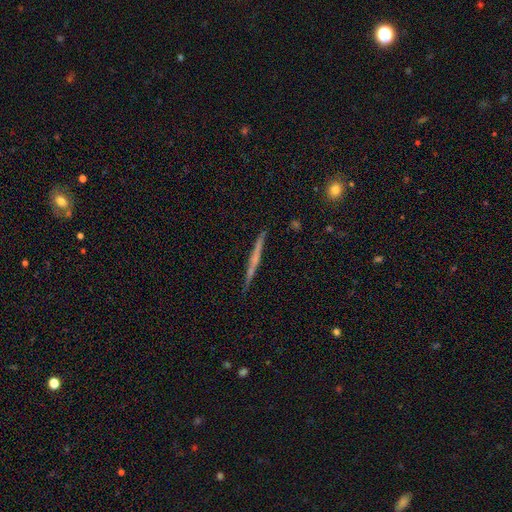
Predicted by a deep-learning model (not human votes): Smooth or featured? Predicted: featured or disk (p=0.61). Edge-on disk? Predicted: yes (p=0.98). Edge-on bulge? Predicted: none (p=0.69). Merging? Predicted: none (p=0.89).